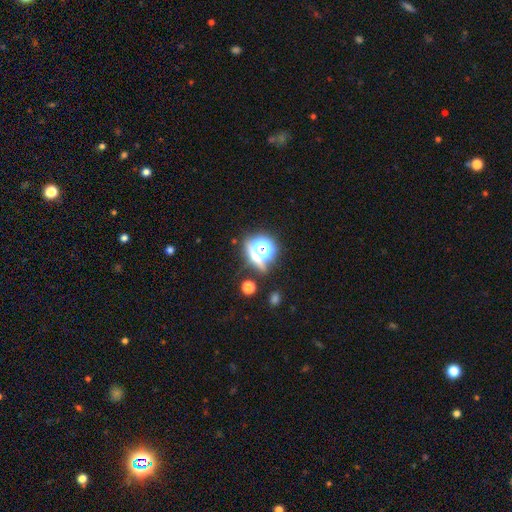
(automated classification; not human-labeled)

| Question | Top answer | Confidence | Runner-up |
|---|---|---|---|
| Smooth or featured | star or artifact | 45% | smooth (37%) |